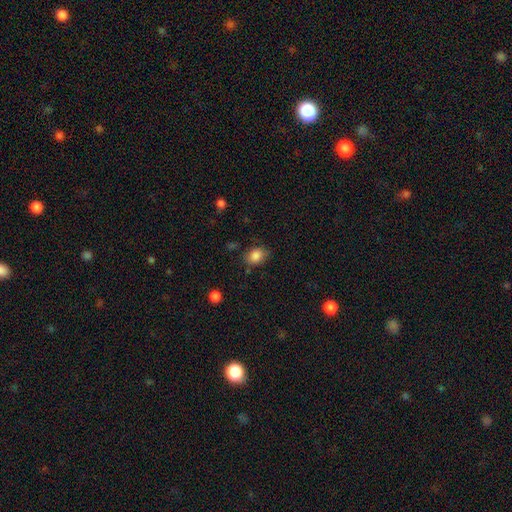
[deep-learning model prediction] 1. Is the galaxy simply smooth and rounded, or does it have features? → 85% smooth, 10% star or artifact, 6% featured or disk.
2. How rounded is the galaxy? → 57% in between, 42% round, 1% cigar-shaped.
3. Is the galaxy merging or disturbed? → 73% none, 20% minor disturbance, 5% major disturbance, 3% merger.